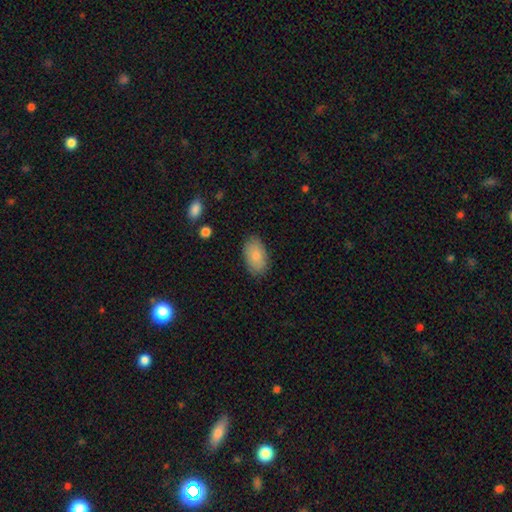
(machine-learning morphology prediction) smooth_or_featured: smooth (p=0.83) [alt: featured or disk p=0.10]
how_rounded: in between (p=0.94) [alt: round p=0.05]
merging: none (p=0.84) [alt: minor disturbance p=0.12]